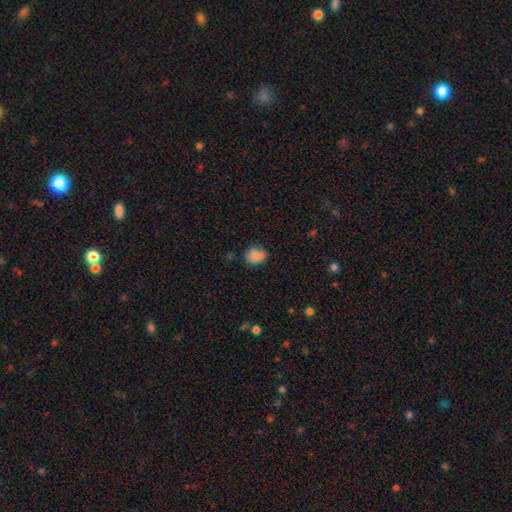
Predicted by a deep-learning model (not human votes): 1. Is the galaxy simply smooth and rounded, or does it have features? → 82% smooth, 10% star or artifact, 8% featured or disk.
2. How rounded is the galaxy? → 59% round, 40% in between, 1% cigar-shaped.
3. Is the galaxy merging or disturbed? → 68% none, 24% minor disturbance, 5% major disturbance, 3% merger.